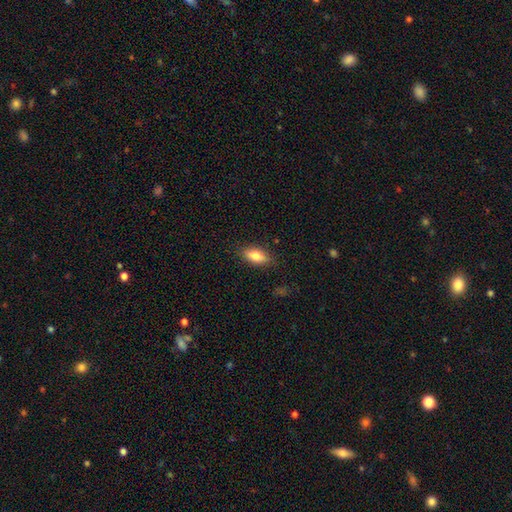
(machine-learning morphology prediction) Smooth or featured?
  - smooth: 78% *
  - featured or disk: 14%
  - star or artifact: 7%
How rounded?
  - in between: 83% *
  - cigar-shaped: 13%
  - round: 4%
Merging?
  - none: 85% *
  - minor disturbance: 12%
  - major disturbance: 3%
  - merger: 1%